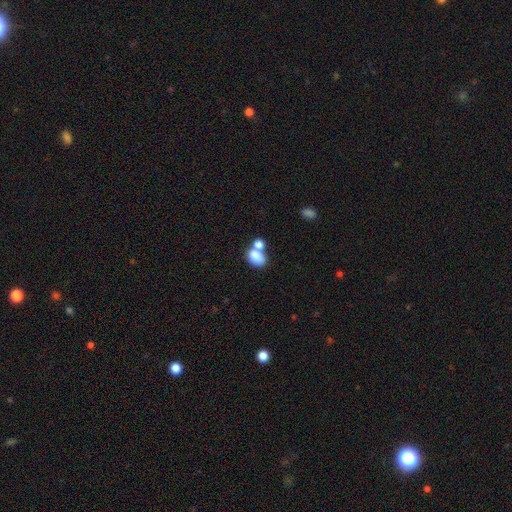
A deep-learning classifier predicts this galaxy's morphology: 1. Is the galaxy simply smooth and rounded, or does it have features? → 80% smooth, 11% featured or disk, 10% star or artifact.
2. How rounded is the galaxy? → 74% in between, 24% round, 1% cigar-shaped.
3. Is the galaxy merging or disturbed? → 52% merger, 32% none, 10% minor disturbance, 5% major disturbance.